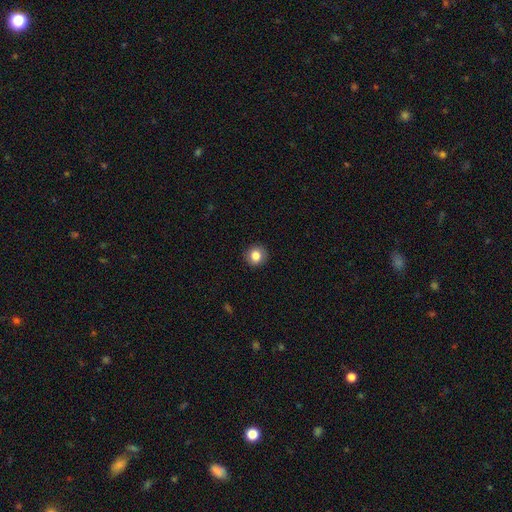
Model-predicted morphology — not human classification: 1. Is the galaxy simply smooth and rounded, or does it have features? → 83% smooth, 9% star or artifact, 8% featured or disk.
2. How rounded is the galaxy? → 90% round, 9% in between, 1% cigar-shaped.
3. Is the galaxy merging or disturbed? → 90% none, 7% minor disturbance, 2% major disturbance, 1% merger.